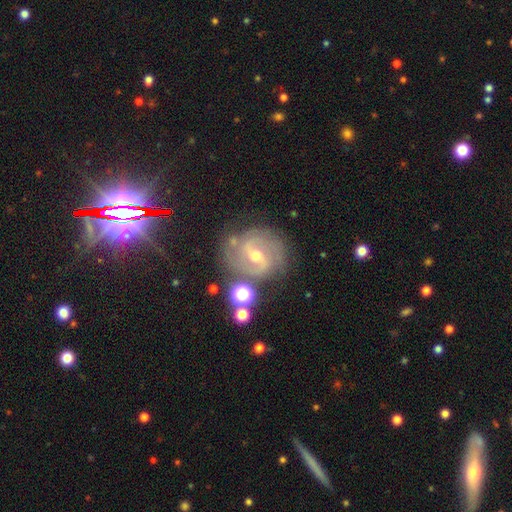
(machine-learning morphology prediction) smooth_or_featured: featured or disk (p=0.84) [alt: star or artifact p=0.09]
disk_edge_on: no (p=0.97) [alt: yes p=0.03]
bar: weak (p=0.49) [alt: strong p=0.36]
has_spiral_arms: yes (p=0.96) [alt: no p=0.04]
spiral_winding: medium (p=0.47) [alt: tight p=0.40]
spiral_arm_count: 2 (p=0.74) [alt: can't tell p=0.10]
bulge_size: moderate (p=0.54) [alt: small p=0.42]
merging: none (p=0.73) [alt: minor disturbance p=0.16]